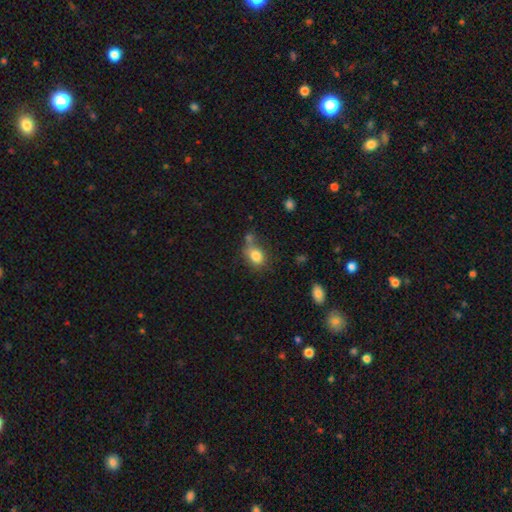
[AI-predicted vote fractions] Smooth or featured? smooth (82%)
How rounded? in between (66%)
Merging? none (49%)